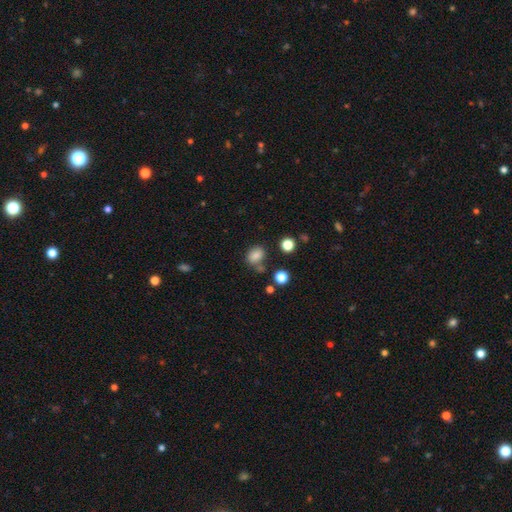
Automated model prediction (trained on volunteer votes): A smooth galaxy with no disk features (82%) that is in between round and cigar-shaped (69%). Merging: none (67%).